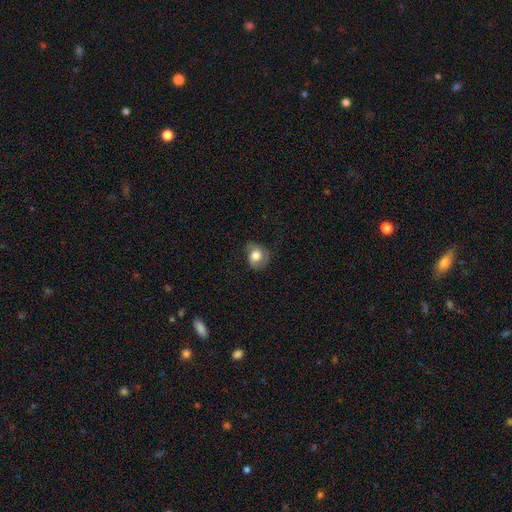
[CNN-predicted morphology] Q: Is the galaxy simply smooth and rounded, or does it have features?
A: smooth — 60%.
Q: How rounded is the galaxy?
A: round — 66%.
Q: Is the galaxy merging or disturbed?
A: none — 58%.